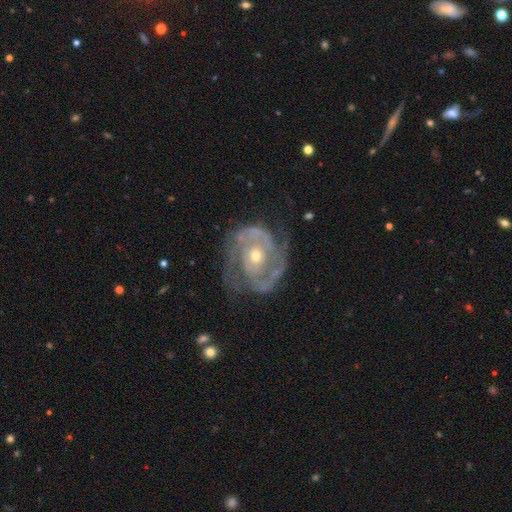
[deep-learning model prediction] This is clearly a featured or disk galaxy (89%). It is clearly not viewed edge-on (97%). Bar: likely no (72%). Spiral arm pattern: clearly yes (95%). Spiral arm count: likely 2 (68%). Spiral winding: possibly tight (56%). Central bulge: possibly moderate (49%). Merging: likely none (64%).